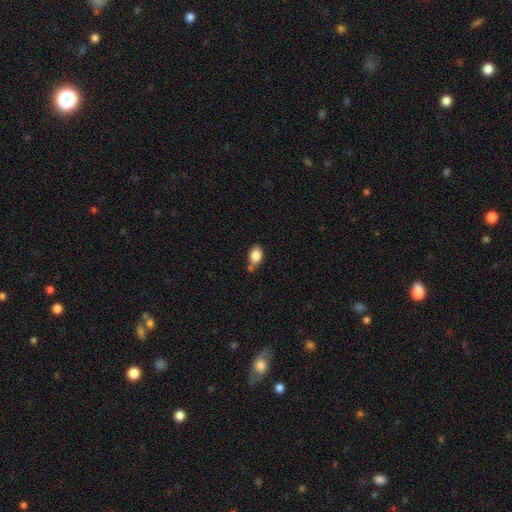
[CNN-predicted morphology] smooth_or_featured: smooth (p=0.86) [alt: star or artifact p=0.08]
how_rounded: in between (p=0.83) [alt: round p=0.16]
merging: none (p=0.61) [alt: minor disturbance p=0.18]